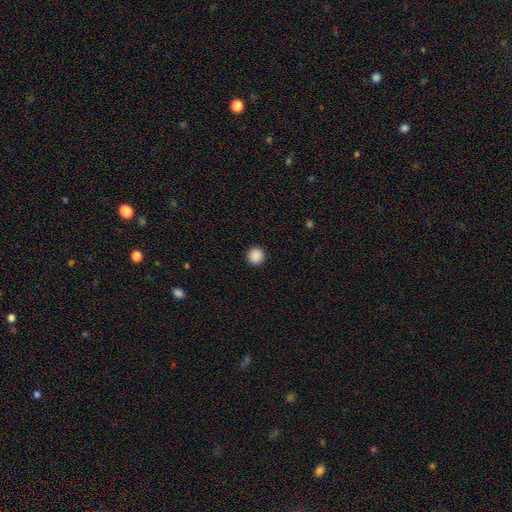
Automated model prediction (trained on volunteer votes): A smooth galaxy with no disk features (89%) that is round (94%).

Vote fractions:
- Smooth or featured? smooth: 89% / star or artifact: 9% / featured or disk: 2%
- How rounded? round: 94% / in between: 5% / cigar-shaped: 1%
- Merging? none: 93% / minor disturbance: 4% / major disturbance: 2% / merger: 1%